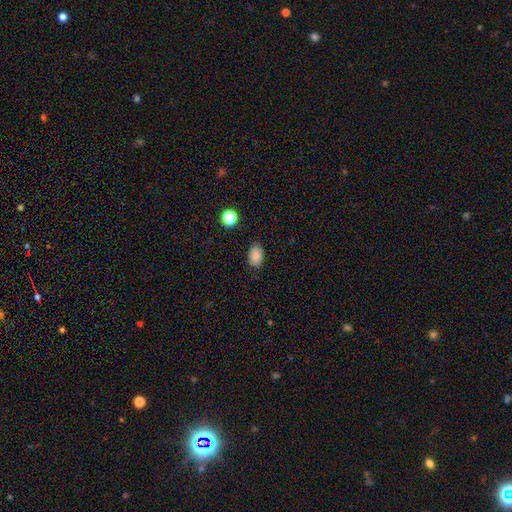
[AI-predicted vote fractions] Smooth or featured?
  - smooth: 86% *
  - star or artifact: 10%
  - featured or disk: 4%
How rounded?
  - in between: 83% *
  - round: 16%
  - cigar-shaped: 1%
Merging?
  - none: 83% *
  - minor disturbance: 13%
  - major disturbance: 3%
  - merger: 1%